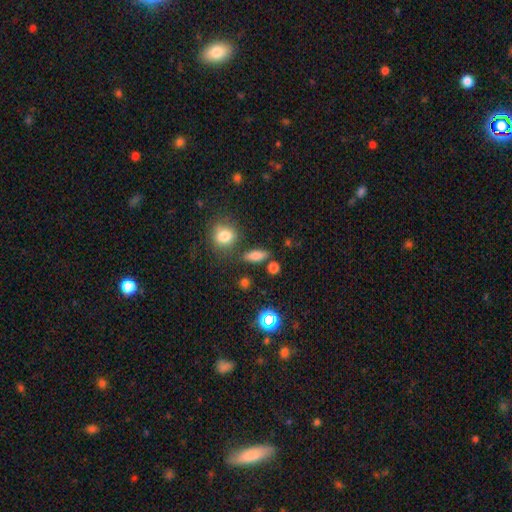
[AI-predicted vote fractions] smooth 75%, star or artifact 13%, featured or disk 12%. Down the decision tree: how rounded — in between (56%); merging — none (79%).